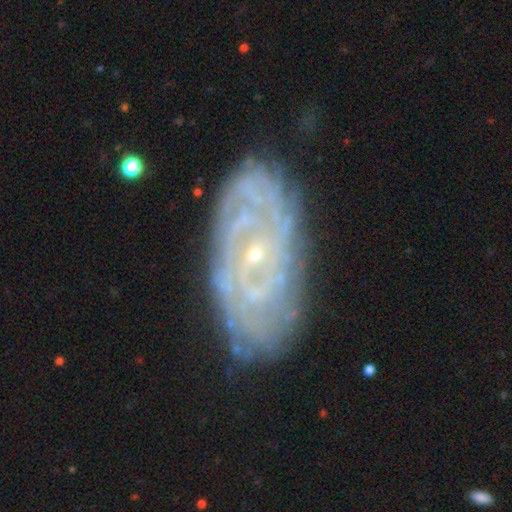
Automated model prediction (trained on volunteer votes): A featured or disk galaxy (86%) with no bar (64%), tight (79%) spiral arms (94%) and a small central bulge (81%).

Vote fractions:
- Smooth or featured? featured or disk: 86% / smooth: 8% / star or artifact: 7%
- Edge-on disk? no: 94% / yes: 6%
- Bar? no: 64% / weak: 26% / strong: 10%
- Spiral arms? yes: 94% / no: 6%
- Spiral winding? tight: 79% / medium: 17% / loose: 4%
- Spiral arm count? can't tell: 37% / 2: 20% / 3: 13% / 4: 12% / more than 4: 11% / 1: 7%
- Bulge size? small: 81% / moderate: 16% / none: 1% / large: 1% / dominant: 1%
- Merging? none: 82% / minor disturbance: 13% / major disturbance: 4% / merger: 2%